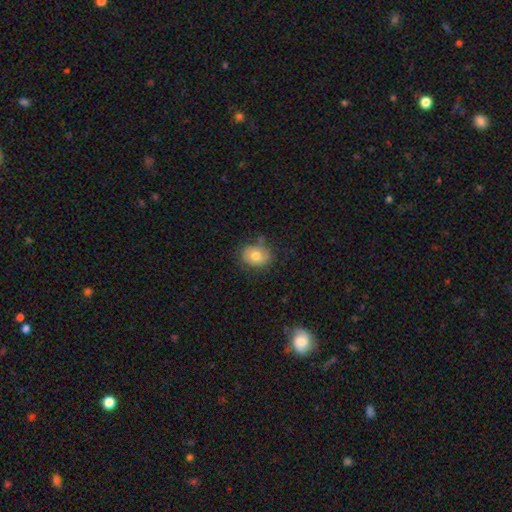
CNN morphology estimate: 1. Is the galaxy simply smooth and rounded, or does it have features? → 70% smooth, 22% featured or disk, 8% star or artifact.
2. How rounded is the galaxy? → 51% in between, 48% round, 1% cigar-shaped.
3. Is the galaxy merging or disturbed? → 69% none, 22% minor disturbance, 6% major disturbance, 3% merger.